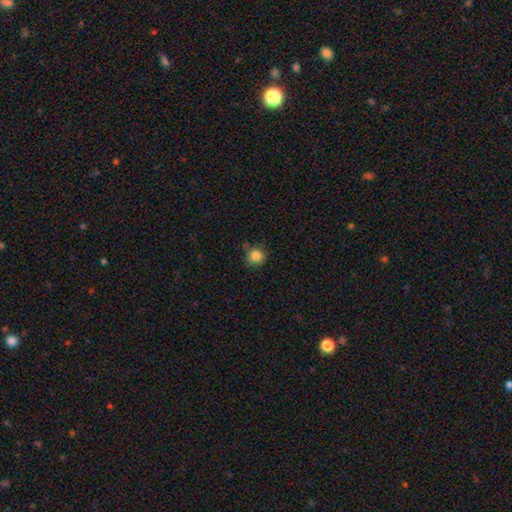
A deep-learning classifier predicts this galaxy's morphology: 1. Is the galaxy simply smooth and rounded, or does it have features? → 85% smooth, 11% star or artifact, 4% featured or disk.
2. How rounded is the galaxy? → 92% round, 7% in between, 1% cigar-shaped.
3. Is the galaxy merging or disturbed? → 78% none, 15% minor disturbance, 3% merger, 3% major disturbance.